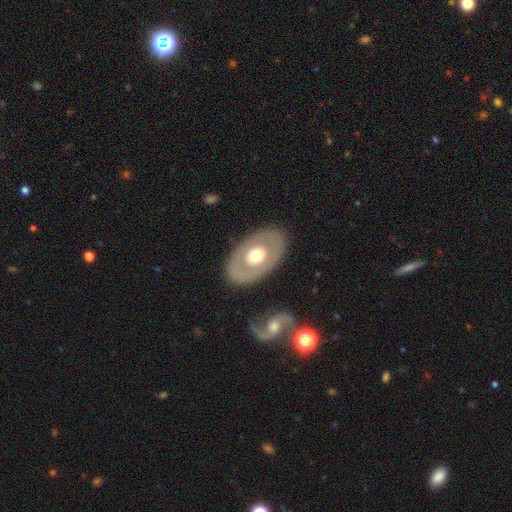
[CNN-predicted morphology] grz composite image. It shows a featured or disk galaxy (50%). Merging: none (84%).